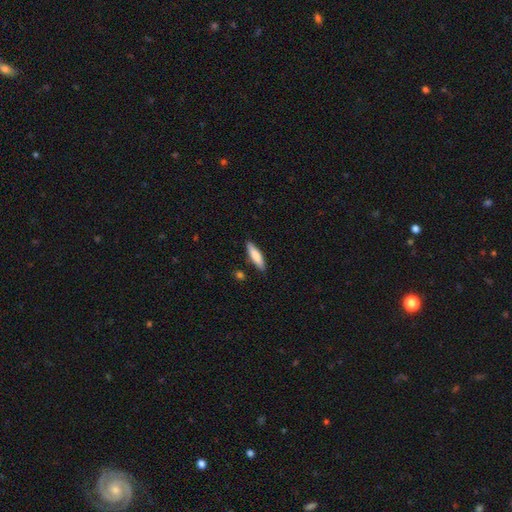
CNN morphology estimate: smooth-or-featured: smooth: 77% | featured or disk: 18% | star or artifact: 5%
  how-rounded: cigar-shaped: 70% | in between: 29% | round: 2%
  merging: none: 86% | minor disturbance: 9% | merger: 2% | major disturbance: 2%